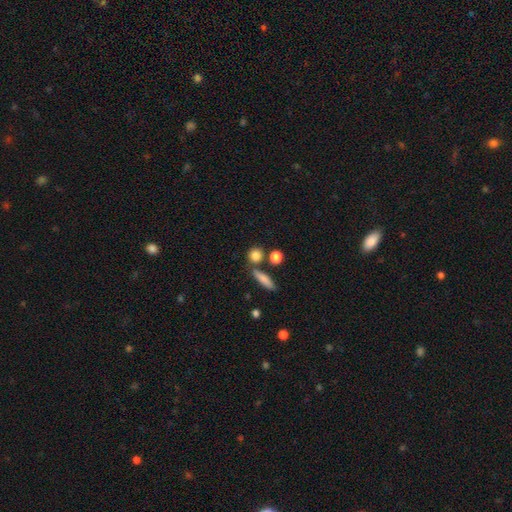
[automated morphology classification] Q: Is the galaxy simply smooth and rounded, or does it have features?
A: smooth — 83%.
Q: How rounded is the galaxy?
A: round — 77%.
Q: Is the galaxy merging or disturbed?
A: none — 72%.